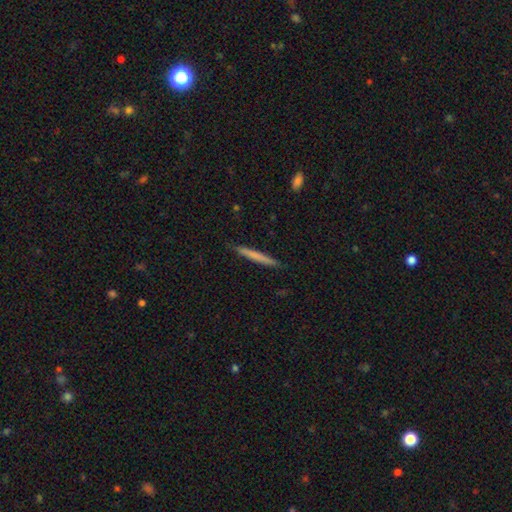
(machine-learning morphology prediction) The model was most divided on "smooth or featured": smooth: 67%, featured or disk: 27%, star or artifact: 6%. More confident: how rounded — cigar-shaped (97%); merging — none (90%).